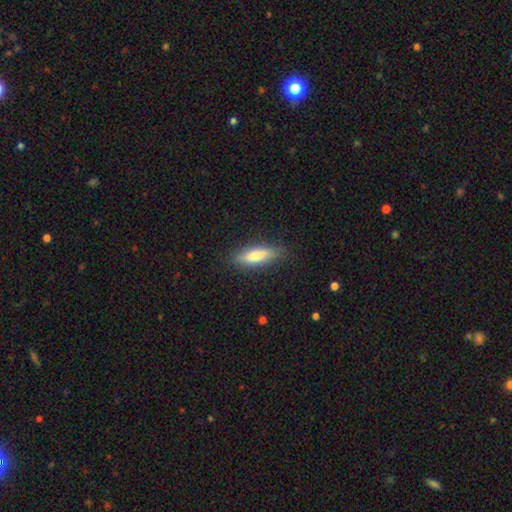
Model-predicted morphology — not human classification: type=smooth (79%); roundness=cigar-shaped (53%); merging=none (84%).